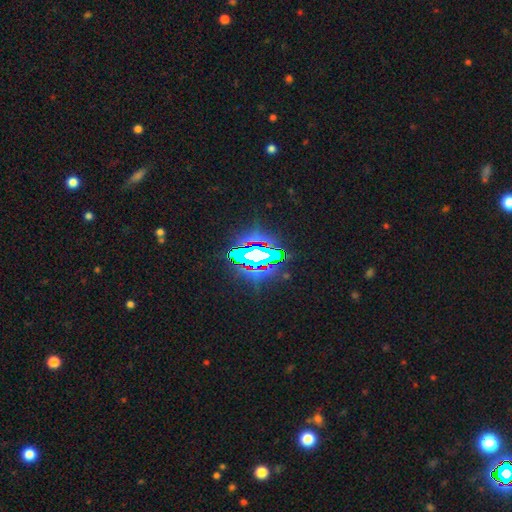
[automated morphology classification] The model was most divided on "smooth or featured": star or artifact: 70%, featured or disk: 16%, smooth: 14%.